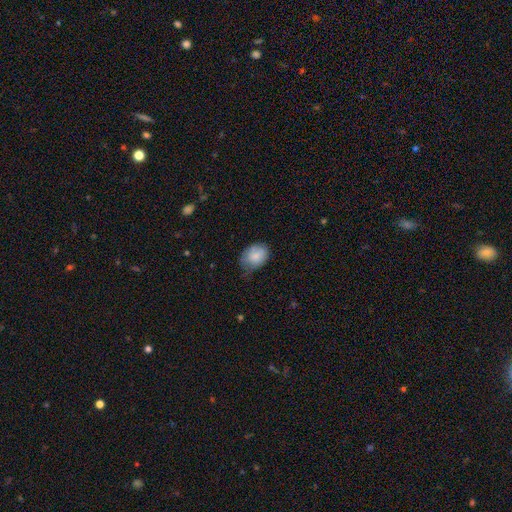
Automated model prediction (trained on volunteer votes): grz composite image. It shows a smooth galaxy with no disk features (82%) that is in between round and cigar-shaped (70%). Merging: none (47%).